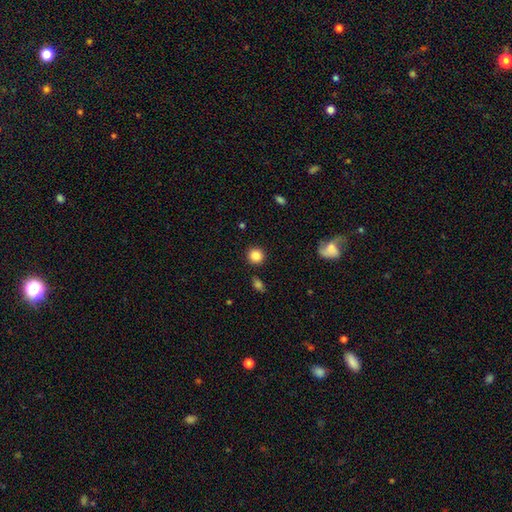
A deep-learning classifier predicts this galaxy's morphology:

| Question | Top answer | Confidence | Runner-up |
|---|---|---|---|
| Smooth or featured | smooth | 85% | star or artifact (10%) |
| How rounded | round | 92% | in between (7%) |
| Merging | none | 90% | minor disturbance (6%) |